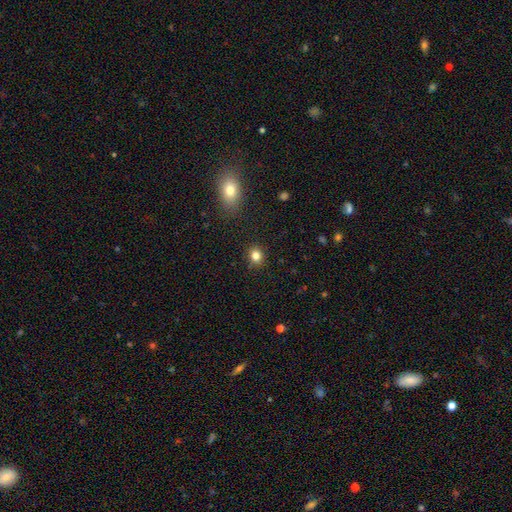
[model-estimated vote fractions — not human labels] Smooth or featured: smooth — 82% (star or artifact — 12%)
How rounded: round — 75% (in between — 24%)
Merging: none — 89% (minor disturbance — 8%)